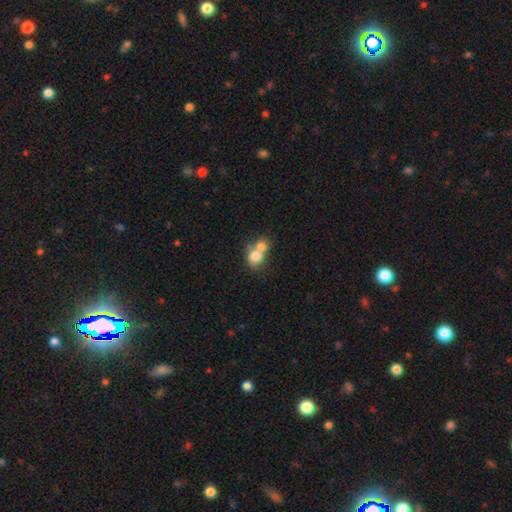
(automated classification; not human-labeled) Q: Smooth or featured?
A: smooth (76%); runner-up: featured or disk (14%)
Q: How rounded?
A: round (74%); runner-up: in between (25%)
Q: Merging?
A: merger (64%); runner-up: none (27%)